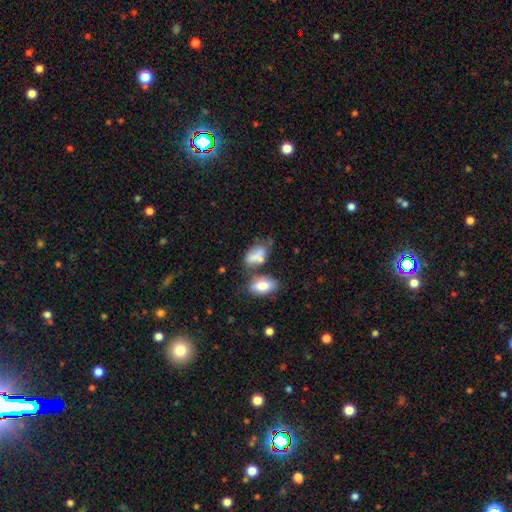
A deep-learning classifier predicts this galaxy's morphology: This is likely a smooth galaxy (76%). How rounded: clearly in between (88%). Merging: marginally merger (34%).